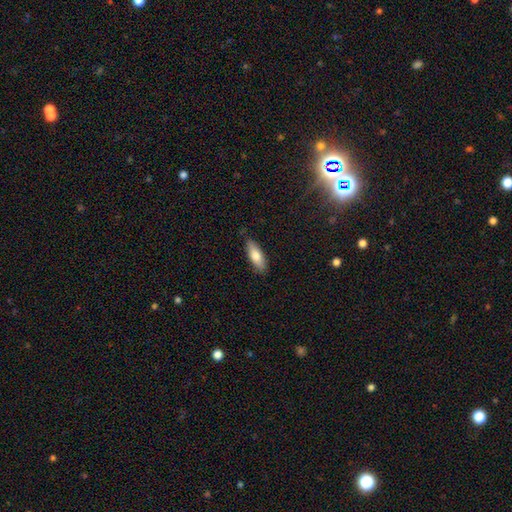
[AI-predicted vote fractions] smooth-or-featured: smooth: 76% | featured or disk: 18% | star or artifact: 6%
  how-rounded: in between: 65% | cigar-shaped: 33% | round: 2%
  merging: none: 86% | minor disturbance: 11% | major disturbance: 2% | merger: 1%